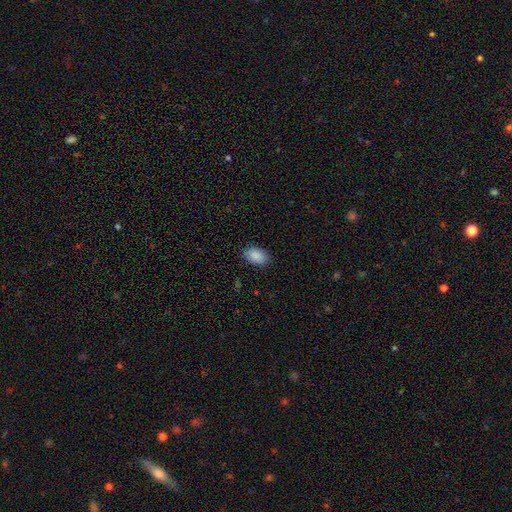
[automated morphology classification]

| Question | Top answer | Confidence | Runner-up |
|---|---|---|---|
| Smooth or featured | smooth | 90% | star or artifact (7%) |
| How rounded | in between | 89% | round (10%) |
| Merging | none | 87% | minor disturbance (10%) |